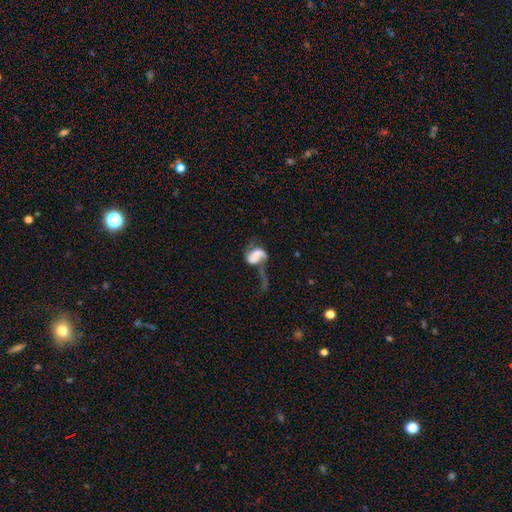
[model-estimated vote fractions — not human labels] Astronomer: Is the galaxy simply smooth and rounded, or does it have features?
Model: featured or disk — 61%.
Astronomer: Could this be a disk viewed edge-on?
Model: no — 97%.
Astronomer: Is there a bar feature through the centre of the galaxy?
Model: no — 47% (runner-up: weak, 31%).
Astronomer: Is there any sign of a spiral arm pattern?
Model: yes — 79%.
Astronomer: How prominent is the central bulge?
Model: none — 45%.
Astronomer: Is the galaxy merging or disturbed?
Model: major disturbance — 51%.